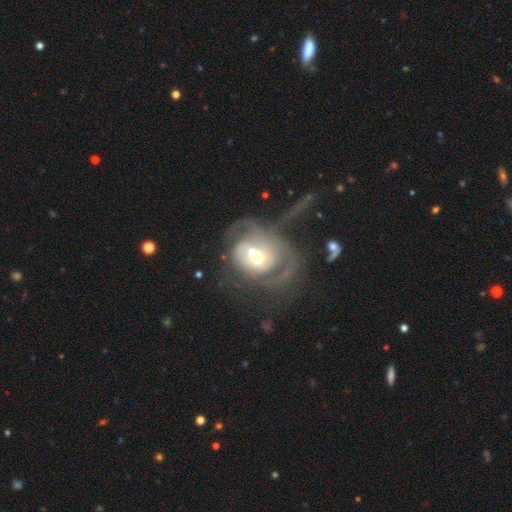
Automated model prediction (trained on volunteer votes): Smooth or featured? featured or disk (65%)
Edge-on disk? no (97%)
Bar? no (81%)
Spiral arms? yes (54%)
Bulge size? moderate (60%)
Merging? merger (54%)